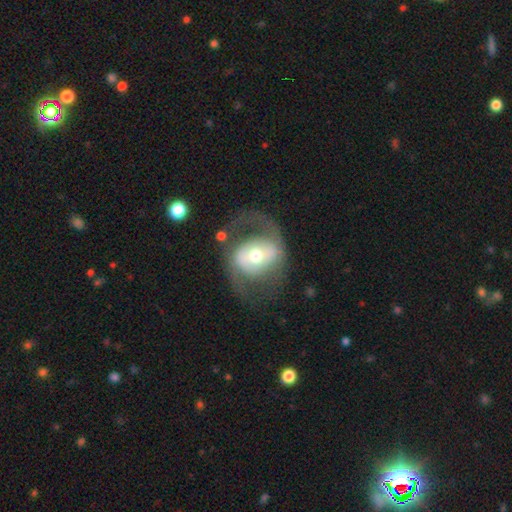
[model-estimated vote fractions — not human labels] Smooth or featured? featured or disk (73%)
Edge-on disk? no (95%)
Bar? no (37%)
Spiral arms? yes (70%)
Bulge size? moderate (63%)
Merging? none (60%)